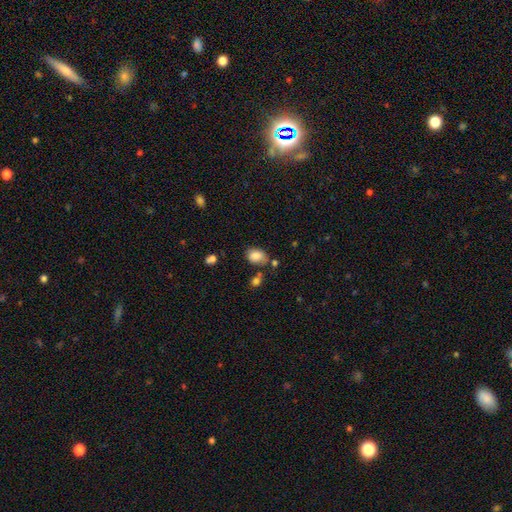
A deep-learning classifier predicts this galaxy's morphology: A smooth galaxy with no disk features (84%) that is in between round and cigar-shaped (81%). Merging: none (66%).